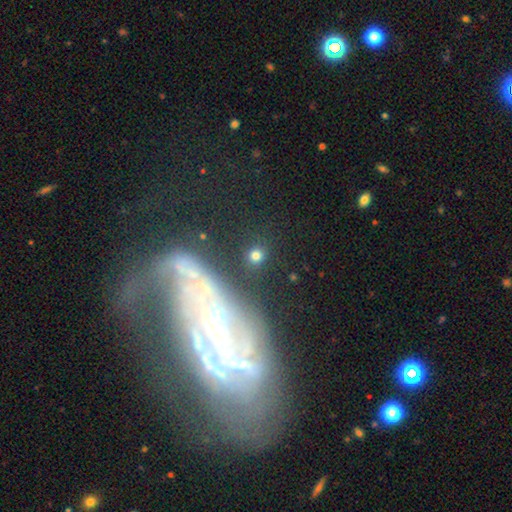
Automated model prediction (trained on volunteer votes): This is likely a smooth galaxy (78%). How rounded: clearly round (86%). Merging: clearly none (87%).